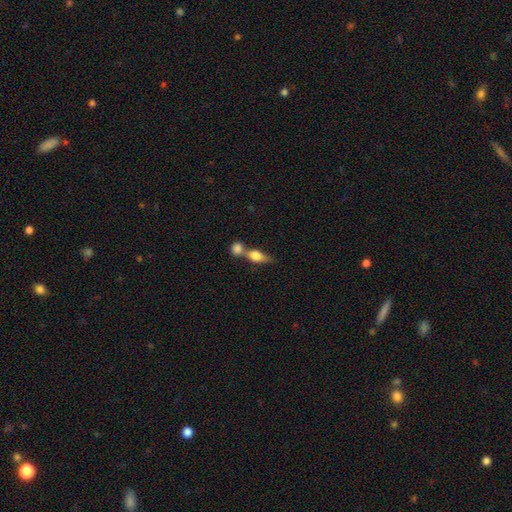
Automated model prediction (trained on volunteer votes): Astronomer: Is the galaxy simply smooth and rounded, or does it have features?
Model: smooth — 69%.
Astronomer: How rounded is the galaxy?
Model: in between — 62%.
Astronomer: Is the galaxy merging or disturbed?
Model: merger — 60%.